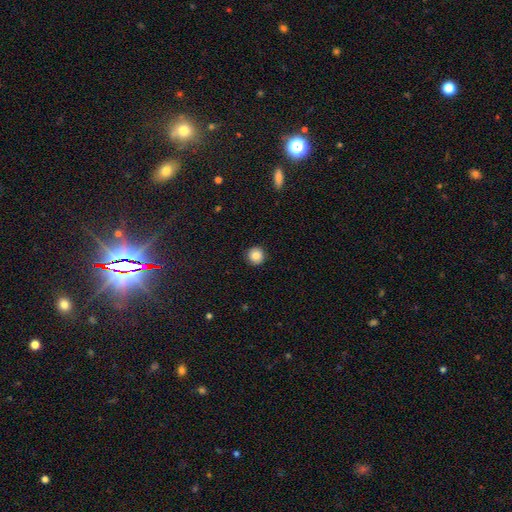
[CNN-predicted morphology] smooth 85%, star or artifact 9%, featured or disk 6%. Down the decision tree: how rounded — round (95%); merging — none (92%).